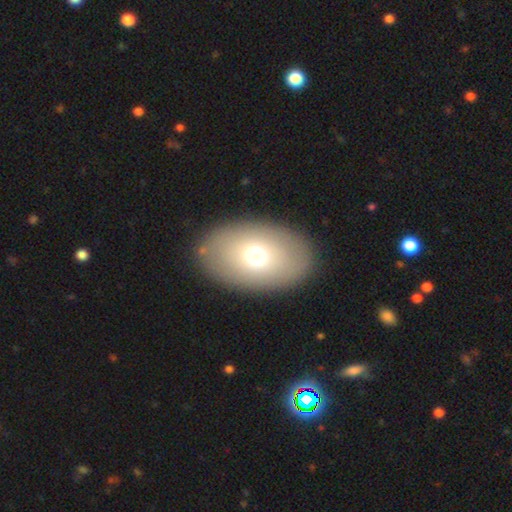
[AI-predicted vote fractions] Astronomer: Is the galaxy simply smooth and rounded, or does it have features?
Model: smooth — 67%.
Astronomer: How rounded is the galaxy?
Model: in between — 85%.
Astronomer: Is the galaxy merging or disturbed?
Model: none — 85%.